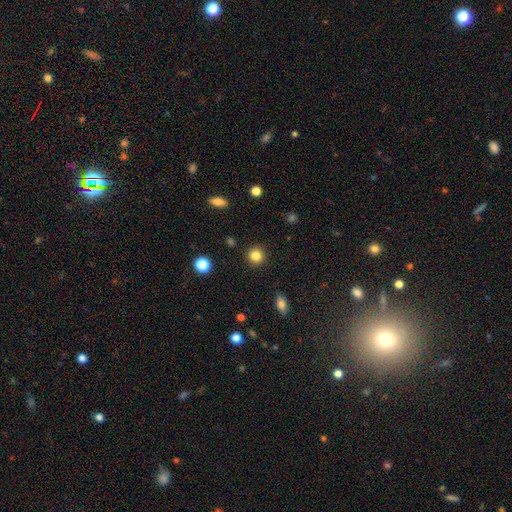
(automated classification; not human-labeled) This is clearly a smooth galaxy (84%). How rounded: clearly round (93%). Merging: clearly none (91%).